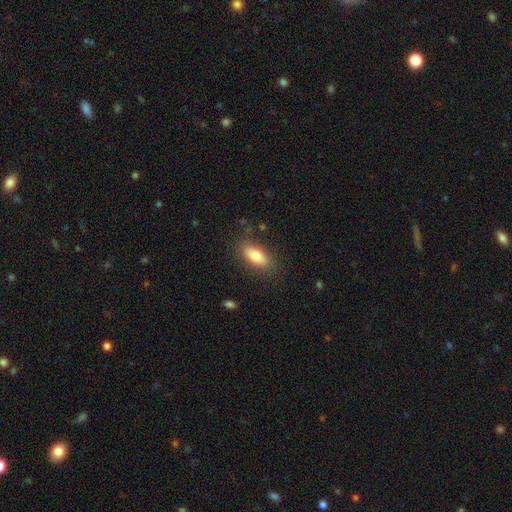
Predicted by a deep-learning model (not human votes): smooth_or_featured: smooth (p=0.78) [alt: featured or disk p=0.14]
how_rounded: in between (p=0.83) [alt: cigar-shaped p=0.14]
merging: none (p=0.82) [alt: minor disturbance p=0.12]